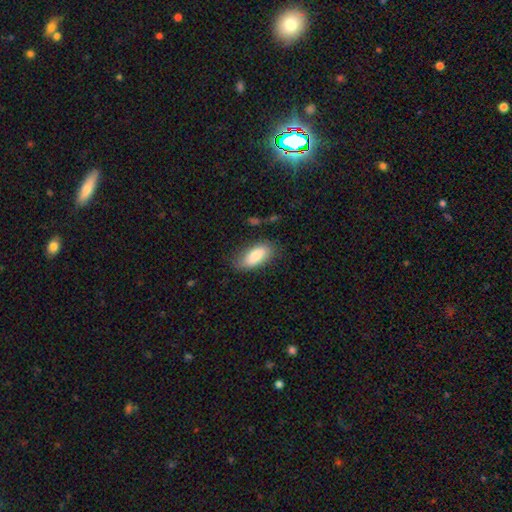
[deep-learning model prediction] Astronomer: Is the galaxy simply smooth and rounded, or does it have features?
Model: smooth — 83%.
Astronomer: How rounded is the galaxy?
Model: in between — 88%.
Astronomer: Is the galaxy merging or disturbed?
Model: none — 74%.